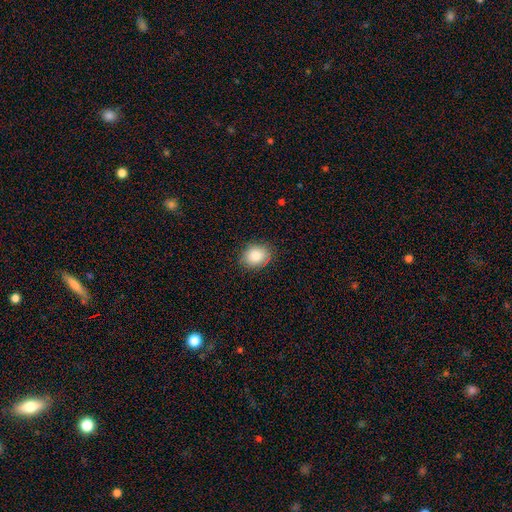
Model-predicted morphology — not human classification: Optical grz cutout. It shows a smooth galaxy with no disk features (84%) that is in between round and cigar-shaped (50%). Merging: none (84%).